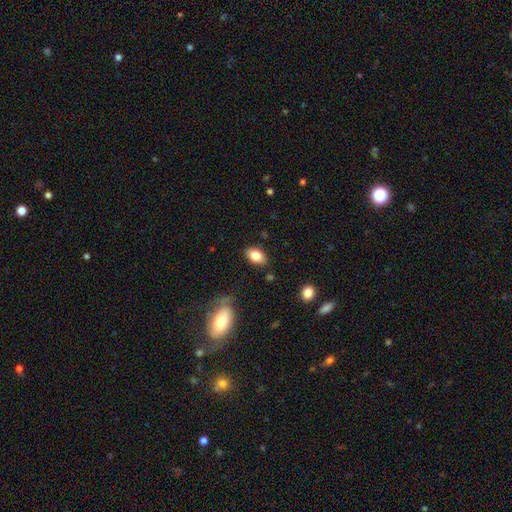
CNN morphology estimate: type=smooth (82%); roundness=in between (90%); merging=none (85%).